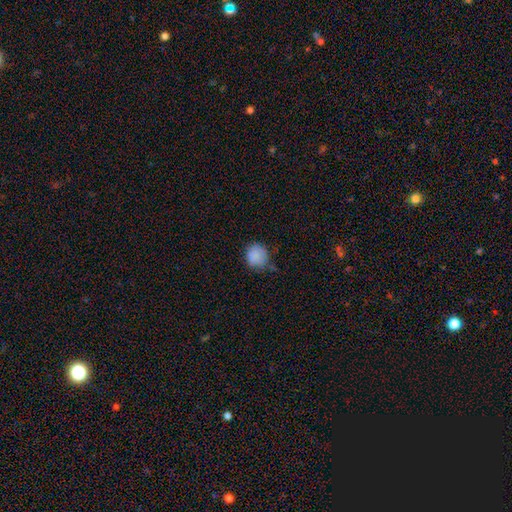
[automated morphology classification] A smooth galaxy with no disk features (86%) that is round (84%).

Vote fractions:
- Smooth or featured? smooth: 86% / star or artifact: 9% / featured or disk: 5%
- How rounded? round: 84% / in between: 15% / cigar-shaped: 1%
- Merging? none: 63% / minor disturbance: 29% / major disturbance: 6% / merger: 2%